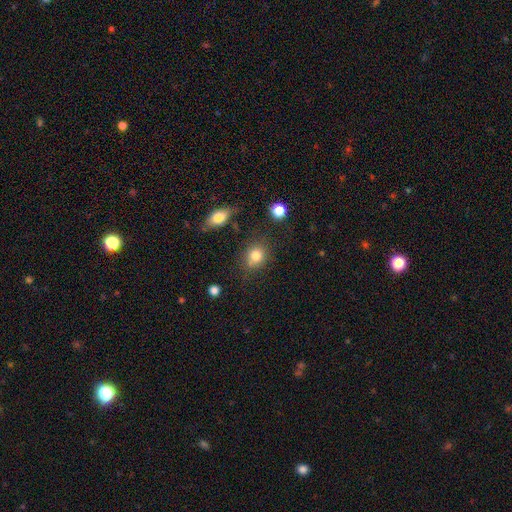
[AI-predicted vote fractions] A smooth galaxy with no disk features (81%) that is round (64%). Merging: none (69%).